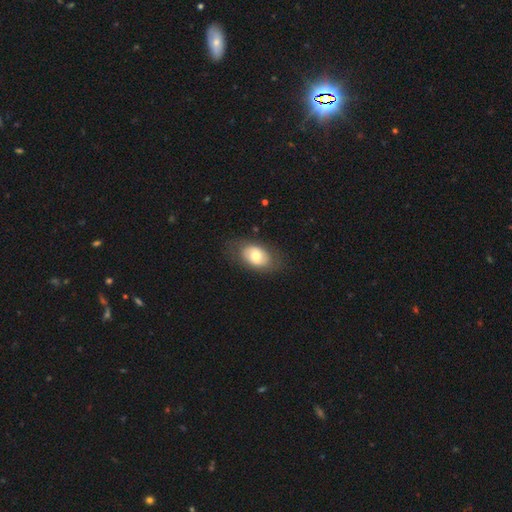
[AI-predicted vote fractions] smooth_or_featured: smooth (p=0.66) [alt: featured or disk p=0.28]
how_rounded: in between (p=0.86) [alt: round p=0.13]
merging: none (p=0.78) [alt: minor disturbance p=0.15]